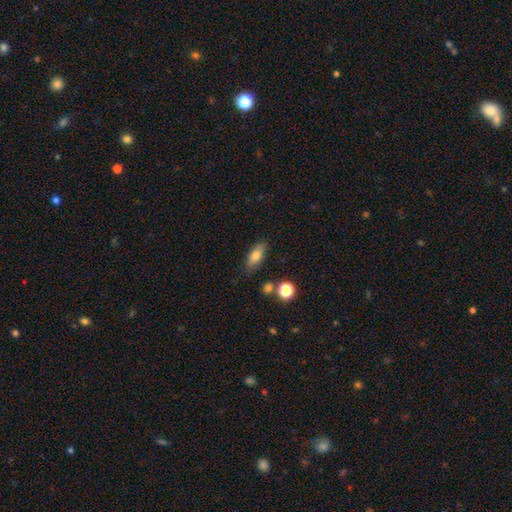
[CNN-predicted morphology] smooth 74%, featured or disk 18%, star or artifact 8%. Down the decision tree: how rounded — in between (71%); merging — none (81%).